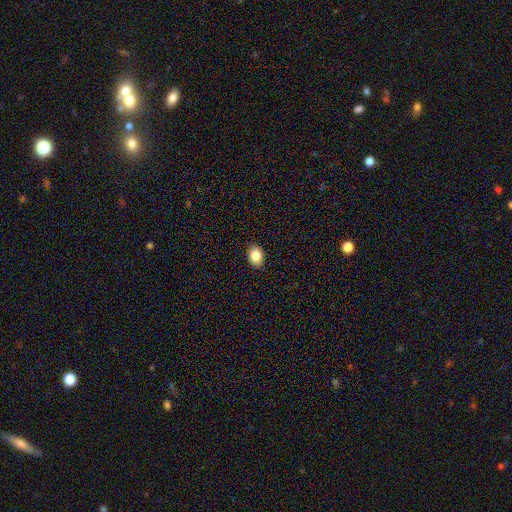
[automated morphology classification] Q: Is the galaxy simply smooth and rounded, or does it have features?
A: smooth — 86%.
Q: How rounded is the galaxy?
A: in between — 69%.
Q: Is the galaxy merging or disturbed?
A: none — 90%.